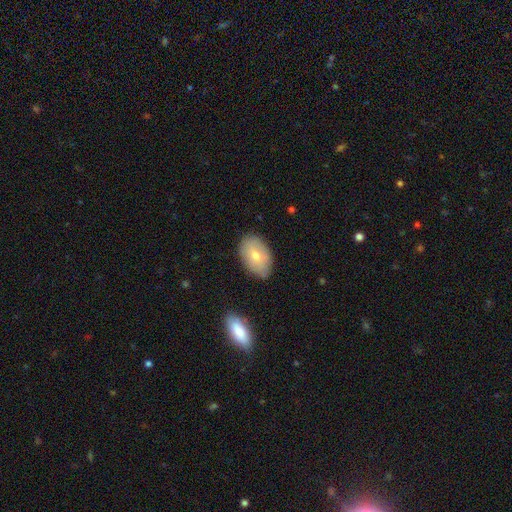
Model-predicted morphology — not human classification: smooth 68%, featured or disk 25%, star or artifact 7%. Down the decision tree: how rounded — in between (90%); merging — none (81%).